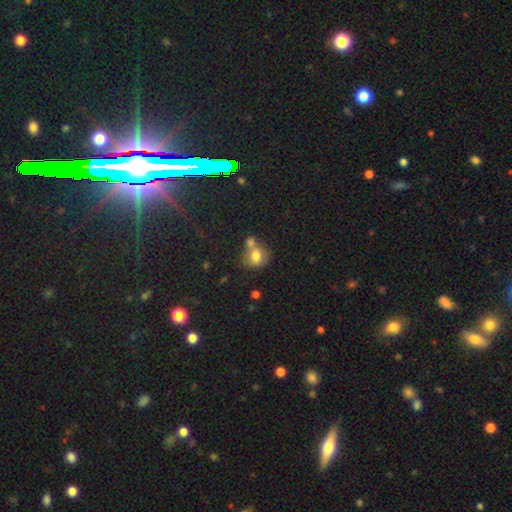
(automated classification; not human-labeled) The model was most divided on "merging": merger: 44%, none: 37%, minor disturbance: 13%, major disturbance: 6%. More confident: smooth or featured — smooth (75%); how rounded — round (64%).